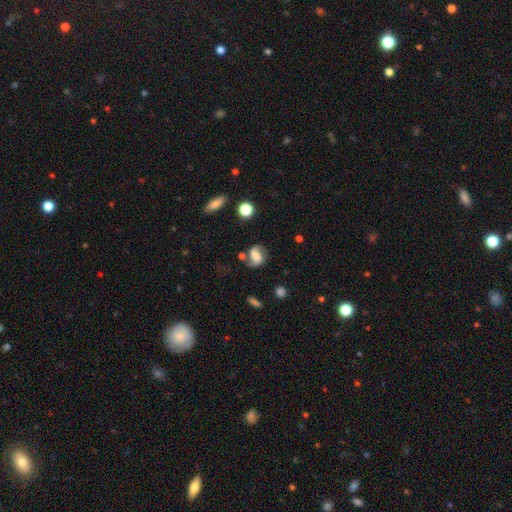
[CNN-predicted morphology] Smooth or featured: featured or disk — 65% (smooth — 26%)
Edge-on disk: no — 96% (yes — 4%)
Bar: weak — 41% (no — 34%)
Spiral arms: yes — 89% (no — 11%)
Spiral winding: medium — 42% (tied with loose — 42%)
Spiral arm count: 2 — 88% (can't tell — 5%)
Bulge size: moderate — 40% (large — 26%)
Merging: none — 66% (minor disturbance — 18%)